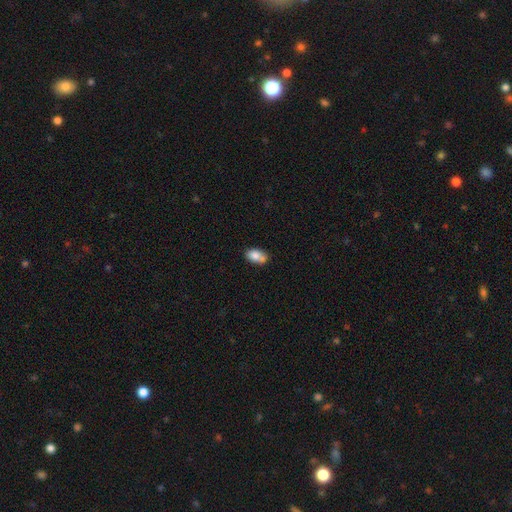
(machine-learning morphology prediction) Smooth or featured: smooth — 80% (featured or disk — 12%)
How rounded: in between — 89% (round — 10%)
Merging: none — 54% (merger — 22%)